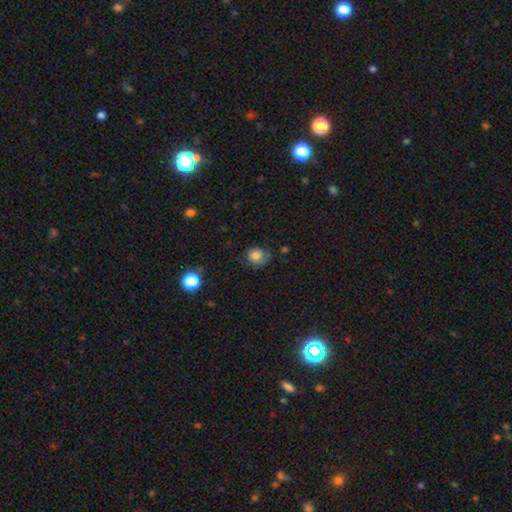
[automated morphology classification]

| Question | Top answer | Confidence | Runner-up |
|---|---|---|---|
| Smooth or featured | smooth | 75% | featured or disk (14%) |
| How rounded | round | 76% | in between (23%) |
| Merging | none | 57% | minor disturbance (28%) |